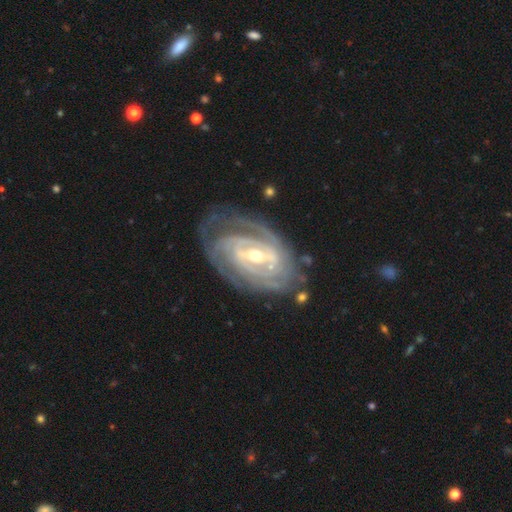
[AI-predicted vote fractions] Overall: featured or disk (90%). Edge-on disk: no (96%). Bar: weak (41%; strong 40%). Spiral arms: yes (96%). Spiral arm count: can't tell (29%; 2 28%). Spiral winding: tight (74%). Bulge size: moderate (55%; small 41%). Merging: none (69%).